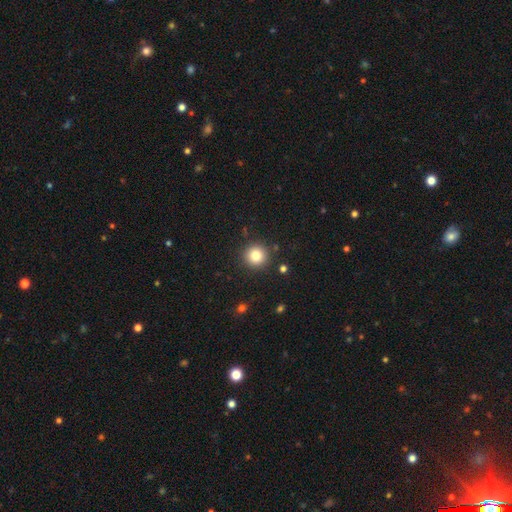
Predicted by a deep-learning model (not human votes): Q: Smooth or featured?
A: smooth (82%); runner-up: star or artifact (11%)
Q: How rounded?
A: round (95%); runner-up: in between (5%)
Q: Merging?
A: none (89%); runner-up: minor disturbance (6%)